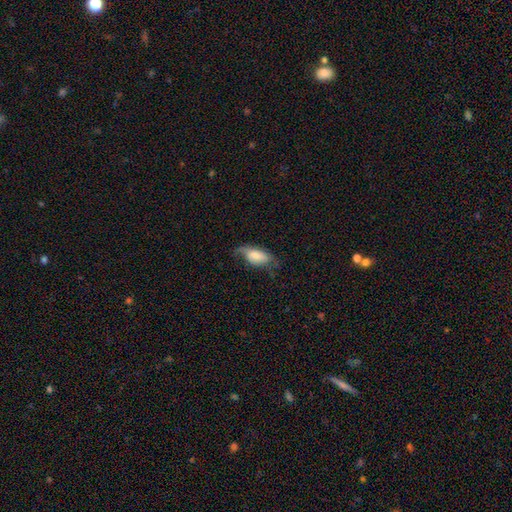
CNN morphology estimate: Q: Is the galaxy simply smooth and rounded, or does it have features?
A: smooth — 60%.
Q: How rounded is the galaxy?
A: in between — 88%.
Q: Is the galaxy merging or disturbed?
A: none — 44%.